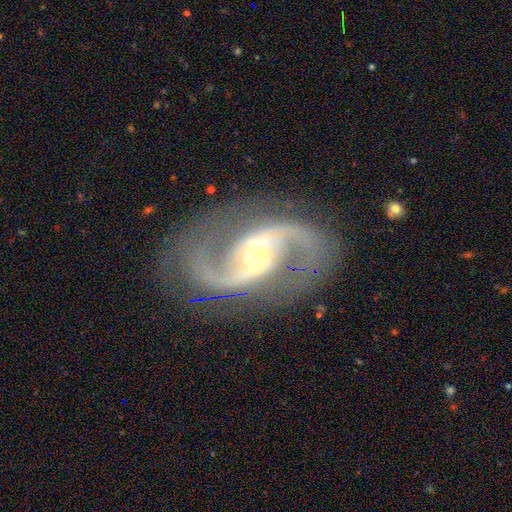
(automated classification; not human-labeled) smooth_or_featured: featured or disk (p=0.93) [alt: star or artifact p=0.04]
disk_edge_on: no (p=0.98) [alt: yes p=0.02]
bar: strong (p=0.42) [alt: weak p=0.38]
has_spiral_arms: yes (p=0.98) [alt: no p=0.02]
spiral_winding: medium (p=0.54) [alt: loose p=0.37]
spiral_arm_count: 2 (p=0.95) [alt: can't tell p=0.01]
bulge_size: moderate (p=0.56) [alt: small p=0.34]
merging: none (p=0.82) [alt: minor disturbance p=0.11]